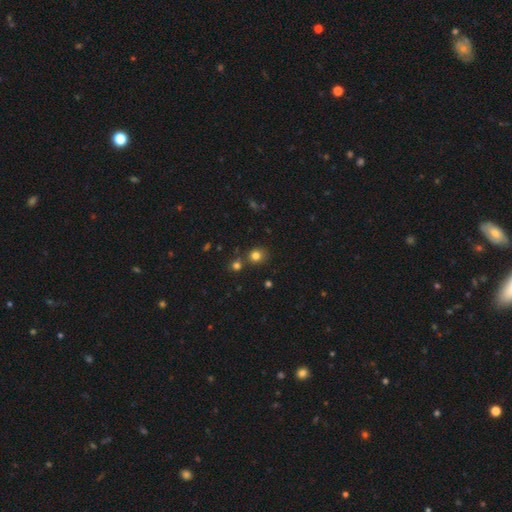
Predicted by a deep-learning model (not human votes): Morphology: type=smooth (78%); roundness=round (80%); merging=none (72%).